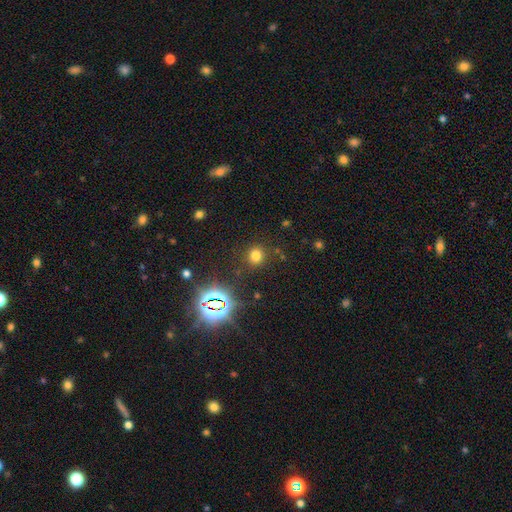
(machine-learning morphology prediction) This is likely a smooth galaxy (70%). How rounded: clearly round (82%). Merging: clearly none (84%).